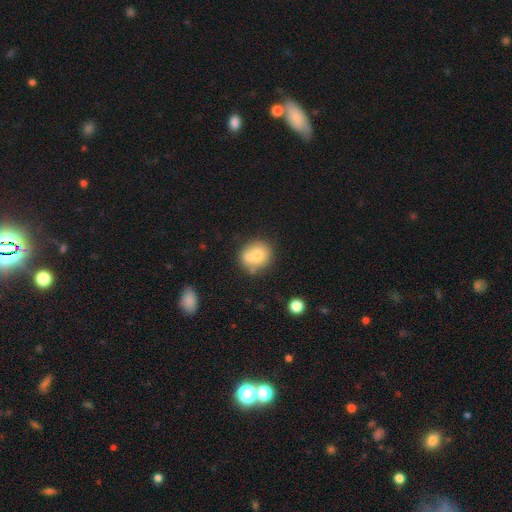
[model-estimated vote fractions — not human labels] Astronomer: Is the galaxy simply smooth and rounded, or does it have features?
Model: smooth — 72%.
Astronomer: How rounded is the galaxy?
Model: round — 78%.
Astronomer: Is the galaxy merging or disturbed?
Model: none — 51% (runner-up: merger, 29%).